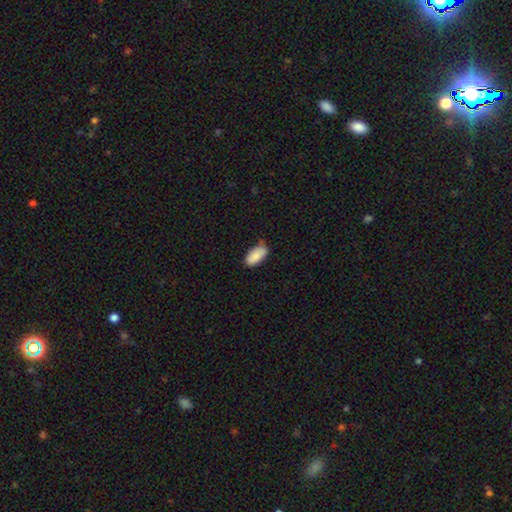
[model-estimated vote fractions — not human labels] This is clearly a smooth galaxy (87%). How rounded: clearly in between (92%). Merging: likely none (64%).